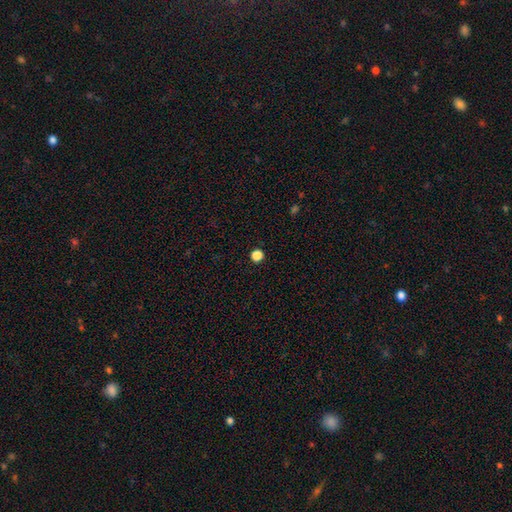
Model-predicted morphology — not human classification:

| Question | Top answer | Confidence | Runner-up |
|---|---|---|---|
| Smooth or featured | smooth | 82% | star or artifact (15%) |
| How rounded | round | 91% | in between (8%) |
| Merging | none | 92% | minor disturbance (5%) |